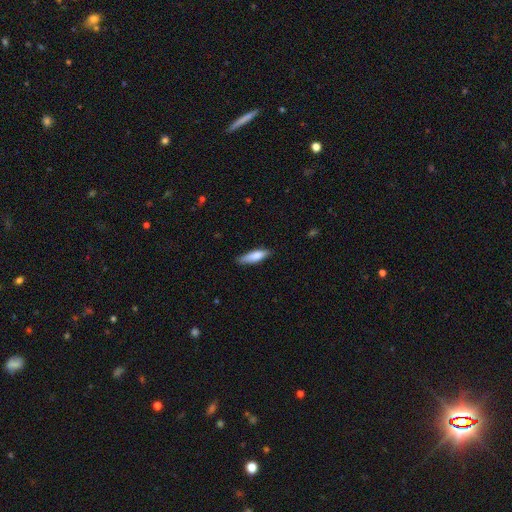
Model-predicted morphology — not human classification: A smooth galaxy with no disk features (81%) that is cigar-shaped (59%).

Vote fractions:
- Smooth or featured? smooth: 81% / featured or disk: 13% / star or artifact: 6%
- How rounded? cigar-shaped: 59% / in between: 40% / round: 2%
- Merging? none: 78% / minor disturbance: 18% / major disturbance: 3% / merger: 1%